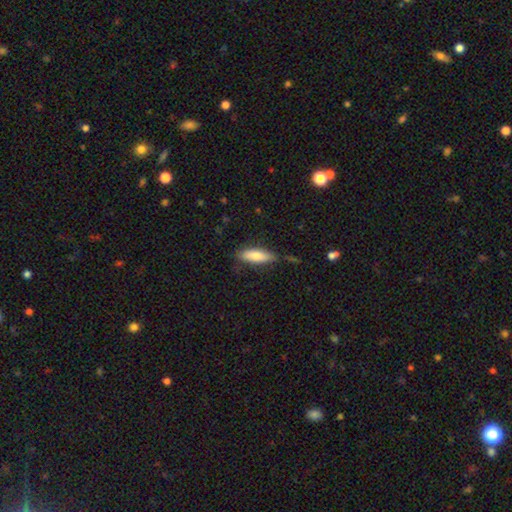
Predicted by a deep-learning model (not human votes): A smooth galaxy with no disk features (77%) that is cigar-shaped (51%). Merging: none (75%).